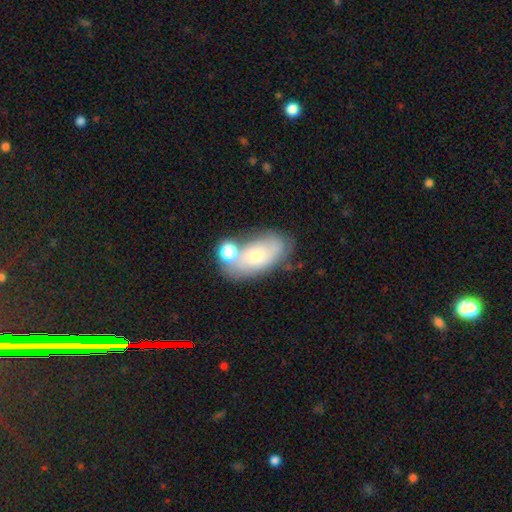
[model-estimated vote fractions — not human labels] smooth 58%, featured or disk 31%, star or artifact 11%. Down the decision tree: how rounded — in between (88%); merging — none (51%).